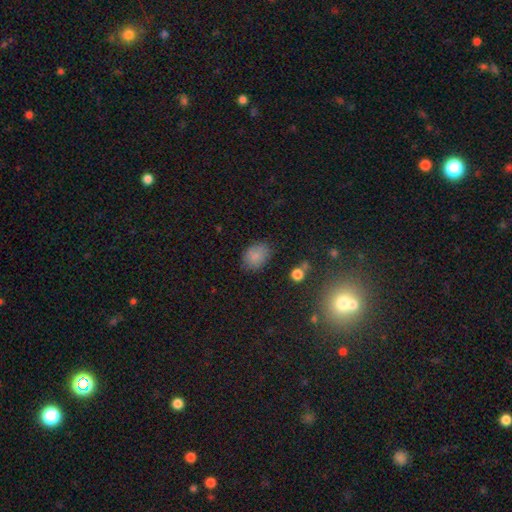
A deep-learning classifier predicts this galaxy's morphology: Smooth or featured?
  - smooth: 82% *
  - star or artifact: 10%
  - featured or disk: 7%
How rounded?
  - in between: 67% *
  - round: 31%
  - cigar-shaped: 1%
Merging?
  - none: 80% *
  - minor disturbance: 14%
  - major disturbance: 4%
  - merger: 2%